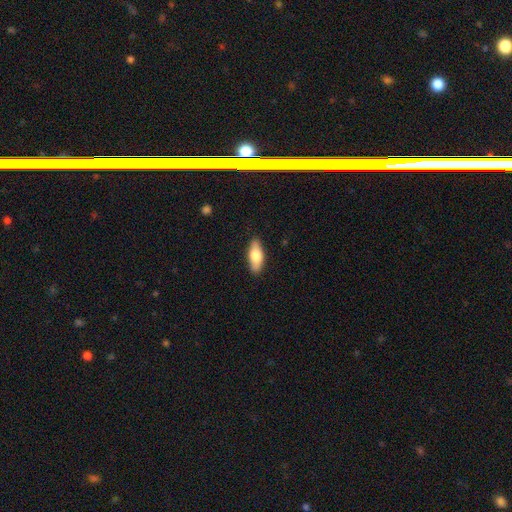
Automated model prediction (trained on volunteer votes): This is likely a smooth galaxy (71%). How rounded: likely in between (73%). Merging: clearly none (86%).